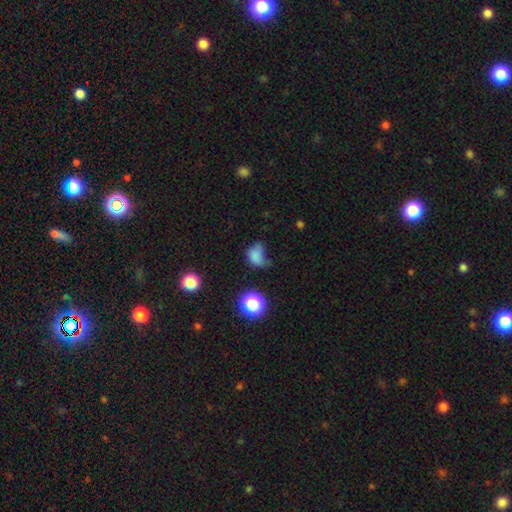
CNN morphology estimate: Smooth or featured? smooth (73%)
How rounded? in between (64%)
Merging? major disturbance (34%)